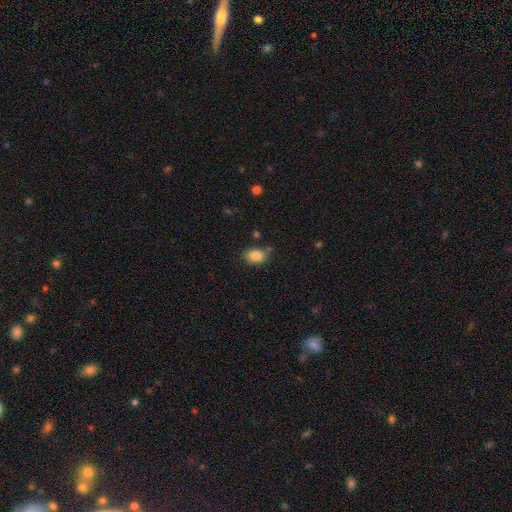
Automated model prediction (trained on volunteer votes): Smooth or featured? smooth (84%)
How rounded? in between (67%)
Merging? none (76%)